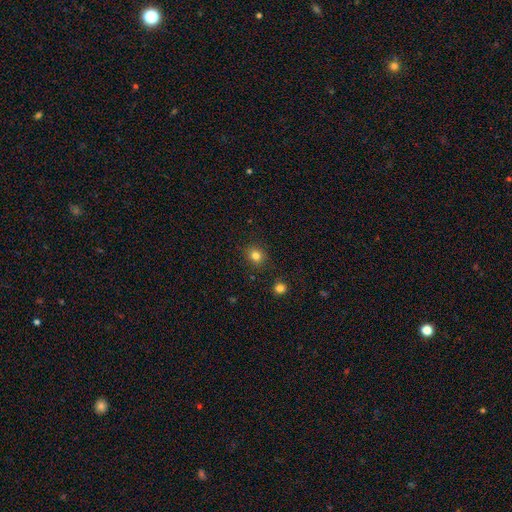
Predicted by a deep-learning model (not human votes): Smooth or featured: smooth — 82% (star or artifact — 13%)
How rounded: round — 80% (in between — 19%)
Merging: none — 88% (minor disturbance — 8%)